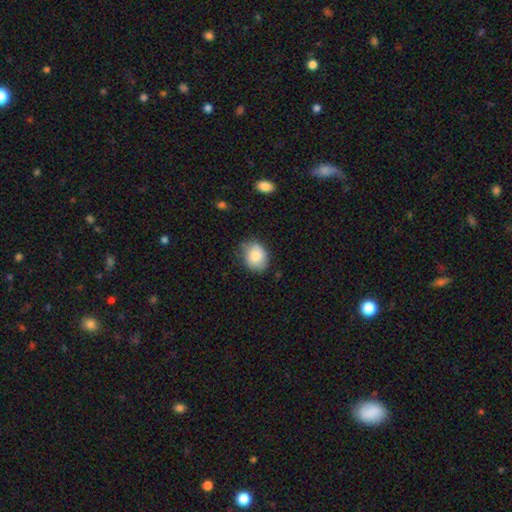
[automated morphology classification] Smooth or featured: smooth — 80% (featured or disk — 12%)
How rounded: round — 52% (in between — 47%)
Merging: none — 69% (minor disturbance — 24%)